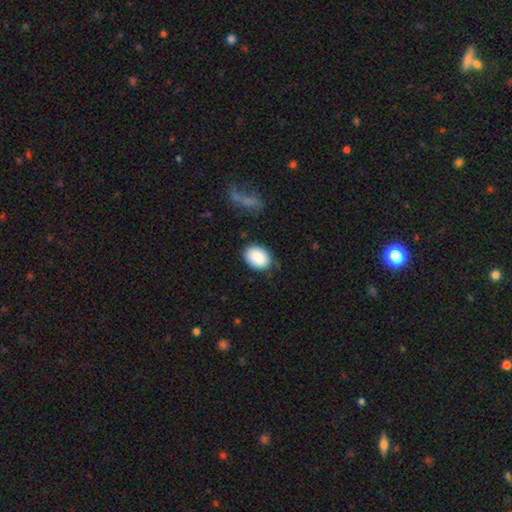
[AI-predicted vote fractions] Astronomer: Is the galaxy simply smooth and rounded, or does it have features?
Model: smooth — 89%.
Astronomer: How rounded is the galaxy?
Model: in between — 76%.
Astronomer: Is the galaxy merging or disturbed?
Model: none — 81%.